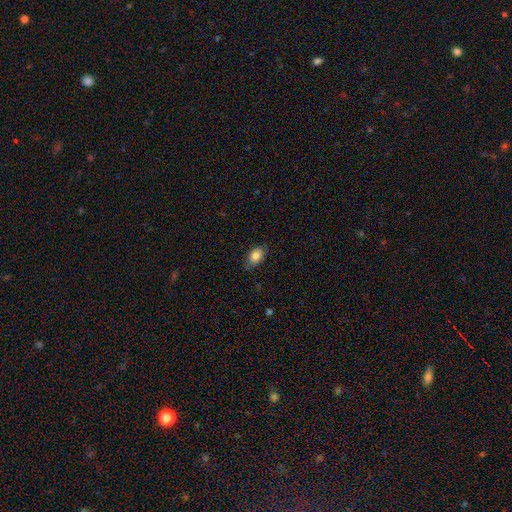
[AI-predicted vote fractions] Smooth or featured? Predicted: smooth (p=0.83). How rounded? Predicted: in between (p=0.80). Merging? Predicted: none (p=0.76).